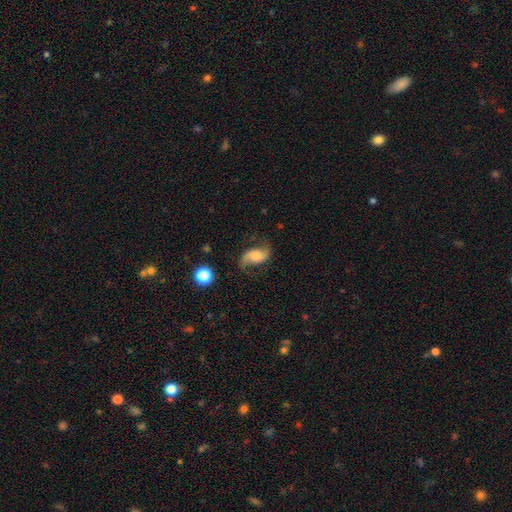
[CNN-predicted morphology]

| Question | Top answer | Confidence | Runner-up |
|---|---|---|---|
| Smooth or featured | featured or disk | 64% | smooth (27%) |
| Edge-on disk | no | 96% | yes (4%) |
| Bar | no | 59% | weak (31%) |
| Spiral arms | yes | 93% | no (7%) |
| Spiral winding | loose | 77% | medium (18%) |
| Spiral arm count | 2 | 90% | 1 (4%) |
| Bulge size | moderate | 41% | small (26%) |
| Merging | none | 66% | minor disturbance (21%) |